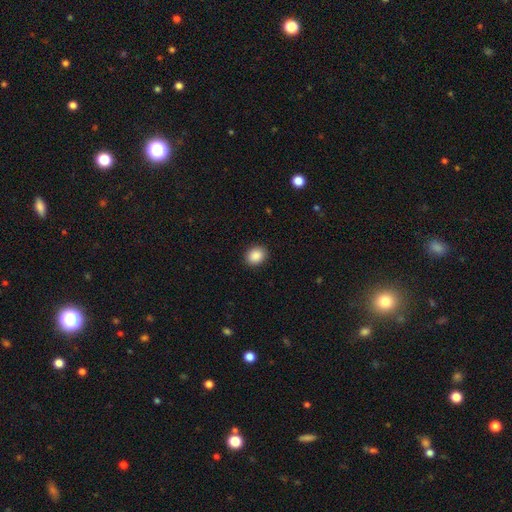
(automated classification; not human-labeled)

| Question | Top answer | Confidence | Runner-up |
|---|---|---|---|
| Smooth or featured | smooth | 89% | star or artifact (8%) |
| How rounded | round | 55% | in between (44%) |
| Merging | none | 91% | minor disturbance (6%) |